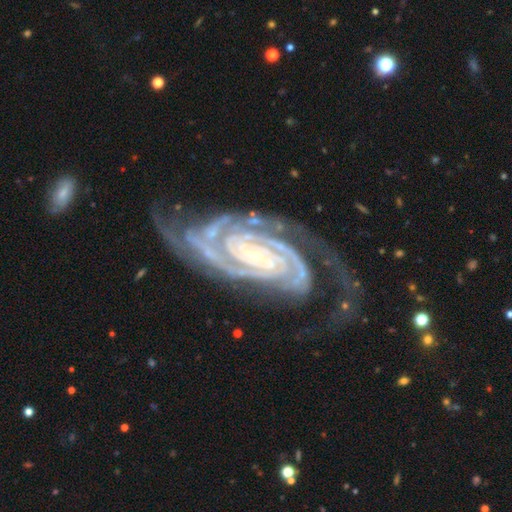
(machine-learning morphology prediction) Q: Smooth or featured?
A: featured or disk (93%); runner-up: star or artifact (4%)
Q: Edge-on disk?
A: no (97%); runner-up: yes (3%)
Q: Bar?
A: no (57%); runner-up: weak (23%)
Q: Spiral arms?
A: yes (99%); runner-up: no (1%)
Q: Spiral winding?
A: tight (79%); runner-up: medium (19%)
Q: Spiral arm count?
A: 2 (50%); runner-up: 3 (21%)
Q: Bulge size?
A: small (85%); runner-up: moderate (10%)
Q: Merging?
A: none (65%); runner-up: minor disturbance (21%)